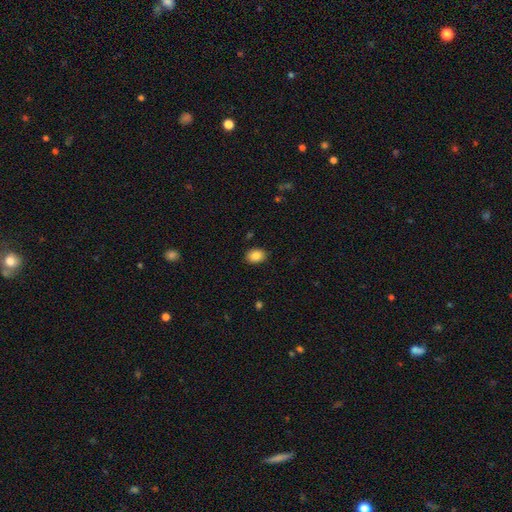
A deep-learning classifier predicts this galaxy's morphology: A smooth galaxy with no disk features (86%) that is in between round and cigar-shaped (72%). Merging: none (88%).